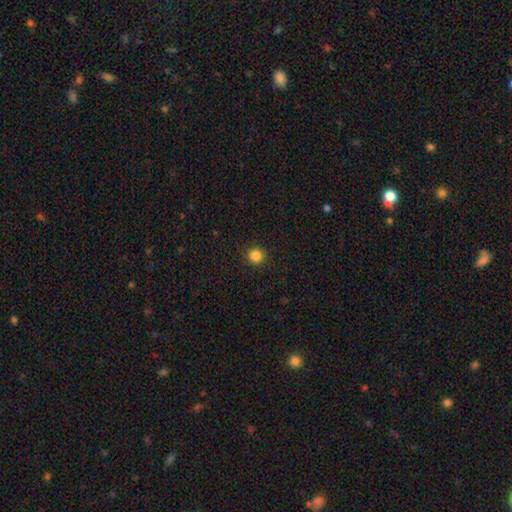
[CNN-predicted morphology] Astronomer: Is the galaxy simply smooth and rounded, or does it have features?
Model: smooth — 85%.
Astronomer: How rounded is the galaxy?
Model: round — 93%.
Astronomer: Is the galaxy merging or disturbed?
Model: none — 92%.